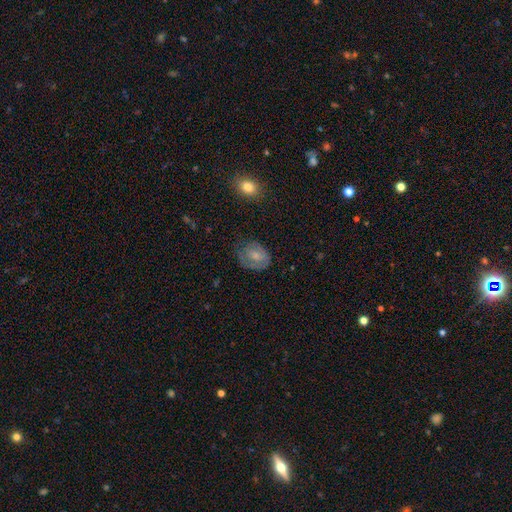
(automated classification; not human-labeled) This is possibly a smooth galaxy (58%). How rounded: possibly in between (57%). Merging: possibly none (53%).